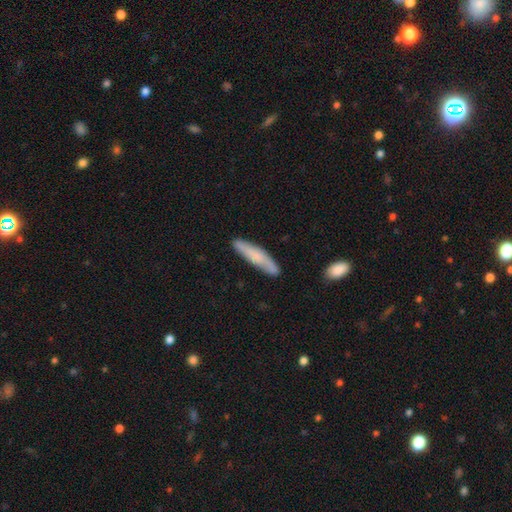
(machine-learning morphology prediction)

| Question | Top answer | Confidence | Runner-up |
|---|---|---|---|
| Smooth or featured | smooth | 64% | featured or disk (30%) |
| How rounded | cigar-shaped | 84% | in between (15%) |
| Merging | none | 79% | minor disturbance (16%) |